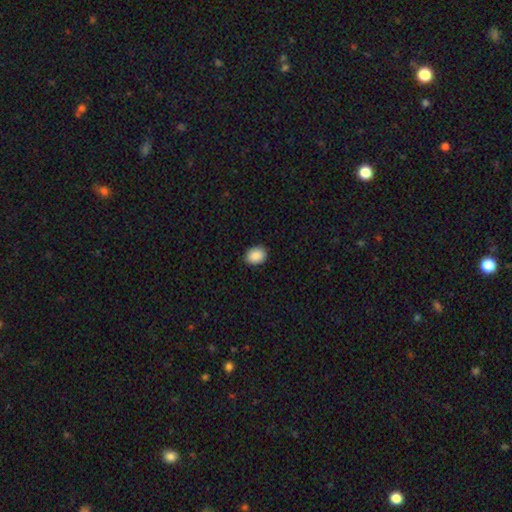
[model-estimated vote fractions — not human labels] The model was most divided on "how rounded": in between: 63%, round: 36%, cigar-shaped: 1%. More confident: merging — none (90%); smooth or featured — smooth (90%).